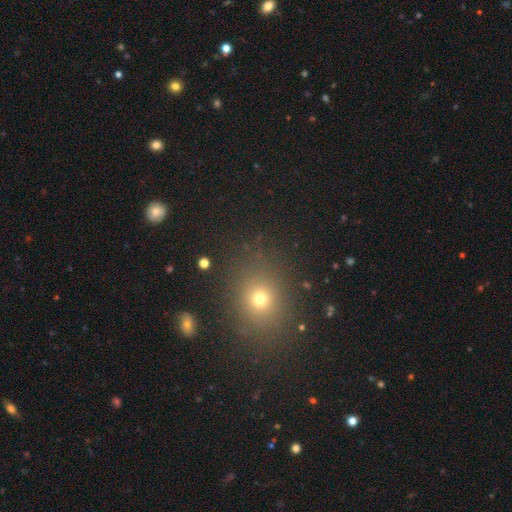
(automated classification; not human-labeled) Smooth or featured?
  - smooth: 62% *
  - star or artifact: 30%
  - featured or disk: 8%
How rounded?
  - round: 59% *
  - in between: 40%
  - cigar-shaped: 1%
Merging?
  - none: 88% *
  - minor disturbance: 7%
  - major disturbance: 3%
  - merger: 2%